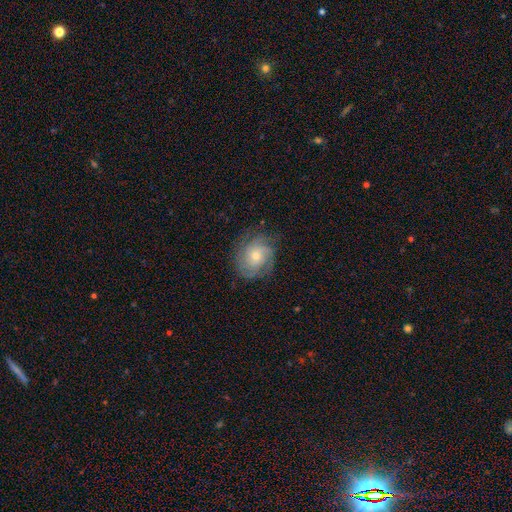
smooth_or_featured: featured or disk (p=0.80) [alt: smooth p=0.15]
disk_edge_on: no (p=0.97) [alt: yes p=0.03]
bar: no (p=0.81) [alt: weak p=0.16]
has_spiral_arms: yes (p=0.94) [alt: no p=0.06]
spiral_winding: tight (p=0.76) [alt: medium p=0.17]
spiral_arm_count: 3 (p=0.31) [alt: 4 p=0.24]
bulge_size: small (p=0.61) [alt: moderate p=0.32]
merging: none (p=0.87) [alt: major disturbance p=0.08]